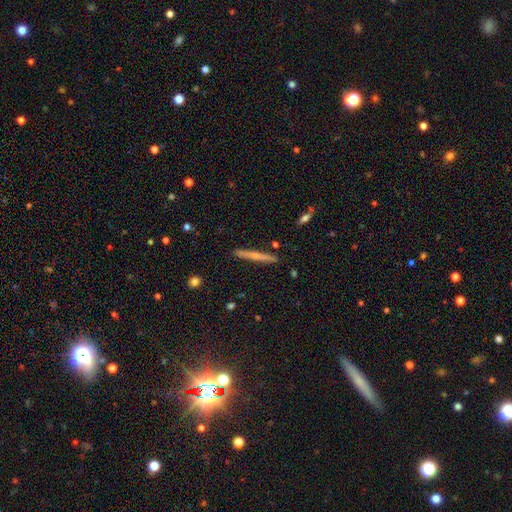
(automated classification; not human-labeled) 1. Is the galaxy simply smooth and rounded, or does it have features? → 48% featured or disk, 45% smooth, 7% star or artifact.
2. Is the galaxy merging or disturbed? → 90% none, 7% minor disturbance, 2% merger, 1% major disturbance.